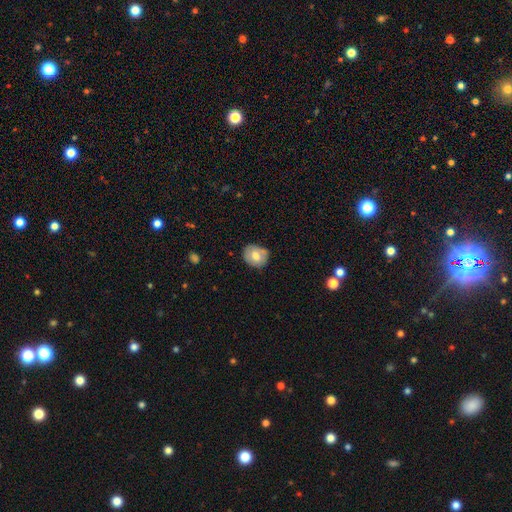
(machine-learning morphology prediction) A smooth galaxy with no disk features (64%) that is round (64%). Merging: none (70%).